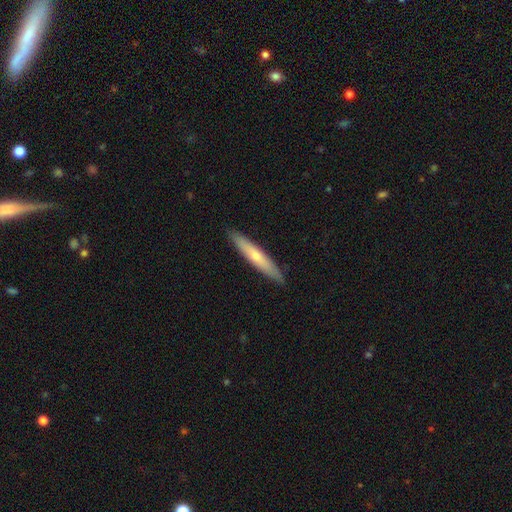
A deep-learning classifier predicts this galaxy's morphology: This is possibly a smooth galaxy (51%). How rounded: clearly cigar-shaped (91%). Merging: clearly none (90%).